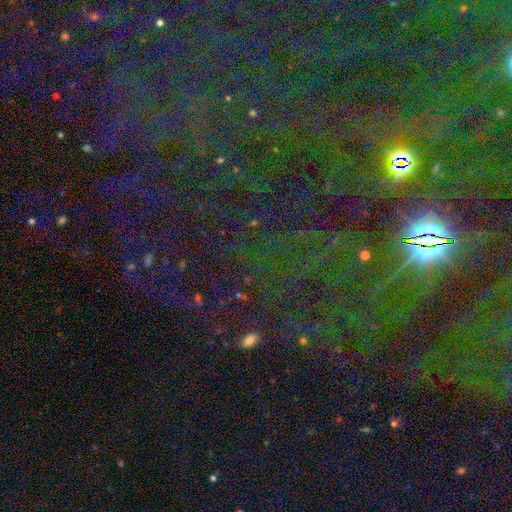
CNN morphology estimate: Smooth or featured? Predicted: star or artifact (p=0.83).